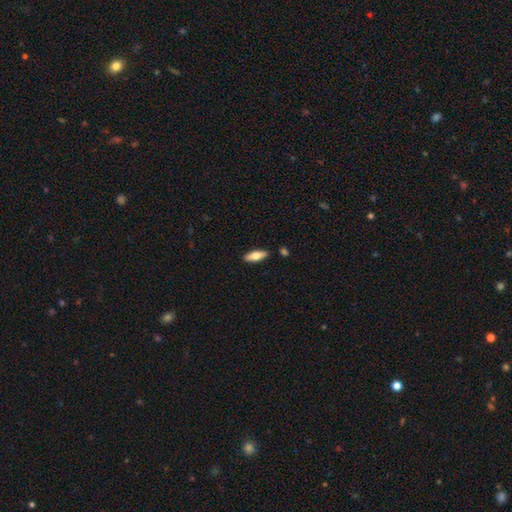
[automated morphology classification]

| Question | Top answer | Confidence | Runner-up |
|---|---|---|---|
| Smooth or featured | smooth | 68% | featured or disk (26%) |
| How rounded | in between | 62% | cigar-shaped (35%) |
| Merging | none | 88% | minor disturbance (8%) |